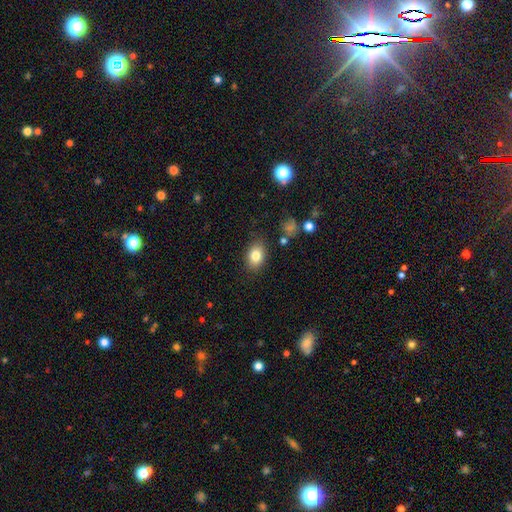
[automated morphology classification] This is clearly a smooth galaxy (81%). How rounded: likely in between (77%). Merging: clearly none (84%).